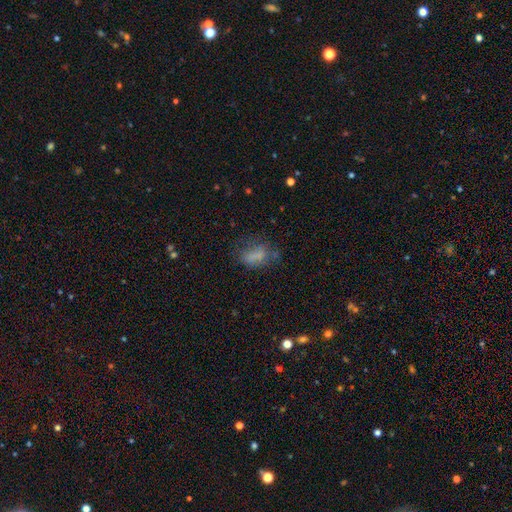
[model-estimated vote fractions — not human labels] Q: Smooth or featured?
A: smooth (68%); runner-up: featured or disk (18%)
Q: How rounded?
A: in between (82%); runner-up: round (11%)
Q: Merging?
A: none (47%); runner-up: minor disturbance (25%)